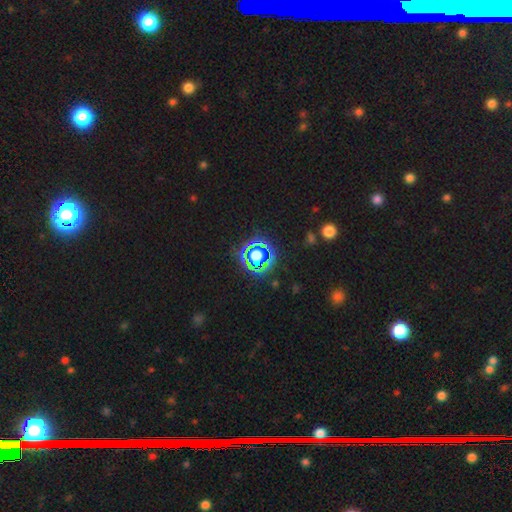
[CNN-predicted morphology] type=star or artifact (61%).